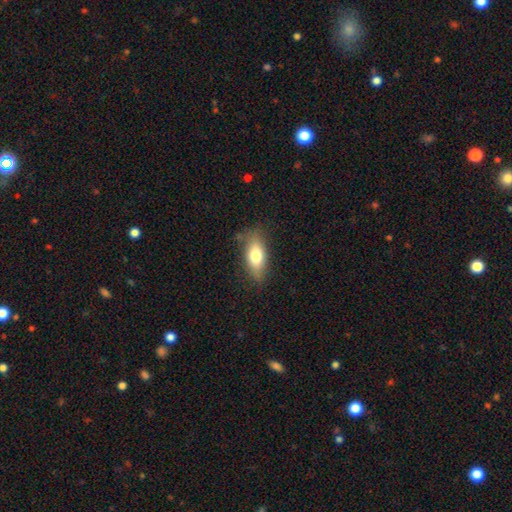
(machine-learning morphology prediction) smooth 72%, featured or disk 20%, star or artifact 8%. Down the decision tree: how rounded — in between (78%); merging — none (77%).